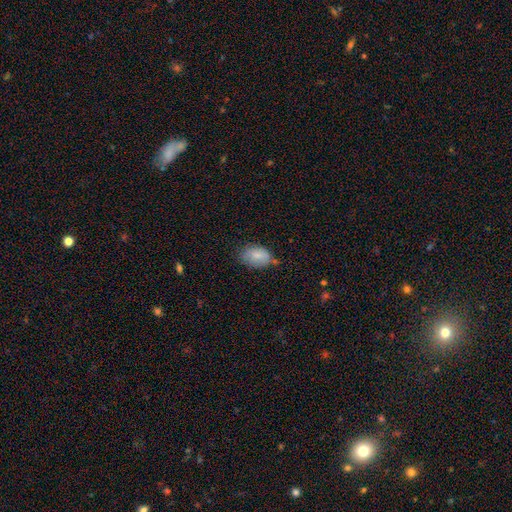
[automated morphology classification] A smooth galaxy with no disk features (81%) that is in between round and cigar-shaped (88%).

Vote fractions:
- Smooth or featured? smooth: 81% / featured or disk: 12% / star or artifact: 7%
- How rounded? in between: 88% / round: 11% / cigar-shaped: 1%
- Merging? none: 60% / minor disturbance: 30% / major disturbance: 6% / merger: 4%